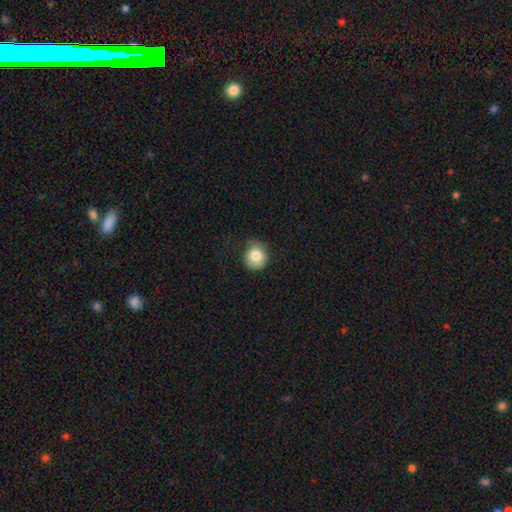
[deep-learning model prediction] The model was most divided on "merging": none: 65%, minor disturbance: 25%, major disturbance: 8%, merger: 1%. More confident: smooth or featured — smooth (82%); how rounded — round (82%).